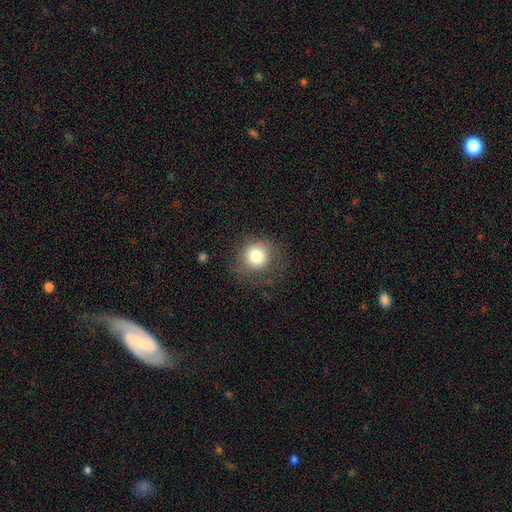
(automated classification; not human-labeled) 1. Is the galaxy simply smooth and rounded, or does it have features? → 74% smooth, 14% star or artifact, 12% featured or disk.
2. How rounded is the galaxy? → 89% round, 10% in between, 1% cigar-shaped.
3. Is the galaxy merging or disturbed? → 75% none, 15% minor disturbance, 8% major disturbance, 2% merger.